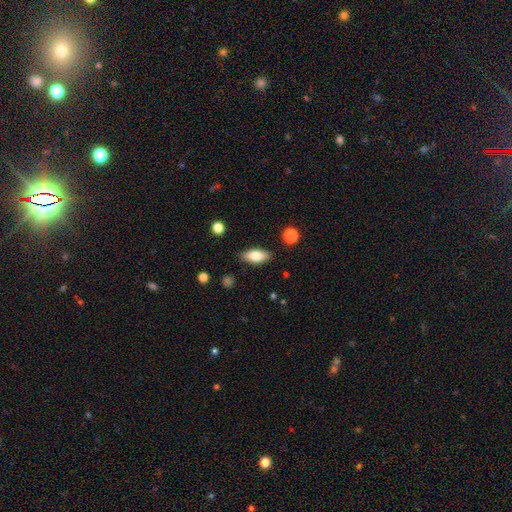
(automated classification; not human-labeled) The model was most divided on "smooth or featured": smooth: 76%, featured or disk: 18%, star or artifact: 7%. More confident: merging — none (86%); how rounded — in between (82%).